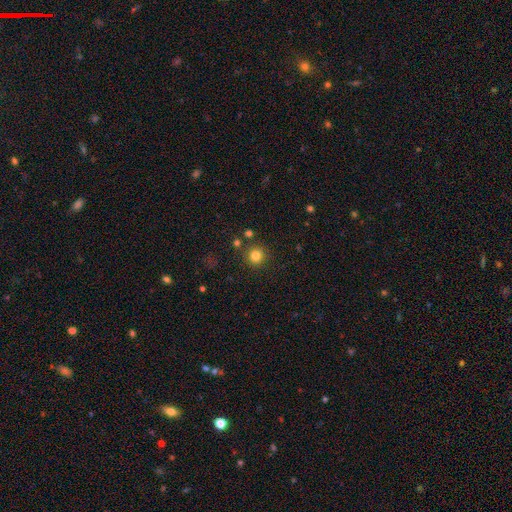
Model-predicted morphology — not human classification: smooth 81%, star or artifact 14%, featured or disk 5%. Down the decision tree: how rounded — round (94%); merging — none (87%).